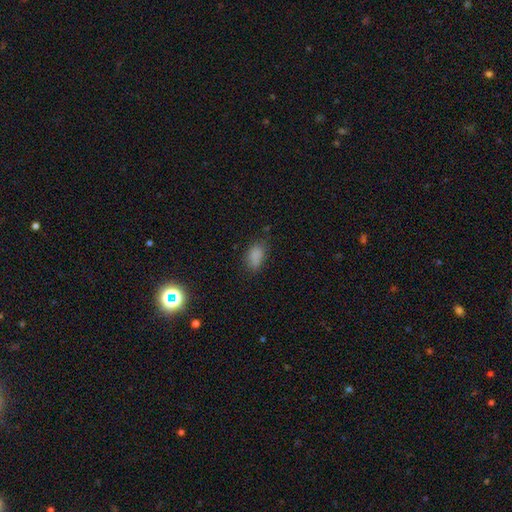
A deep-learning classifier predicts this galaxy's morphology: smooth_or_featured: smooth (p=0.84) [alt: star or artifact p=0.11]
how_rounded: in between (p=0.90) [alt: round p=0.07]
merging: none (p=0.72) [alt: minor disturbance p=0.21]